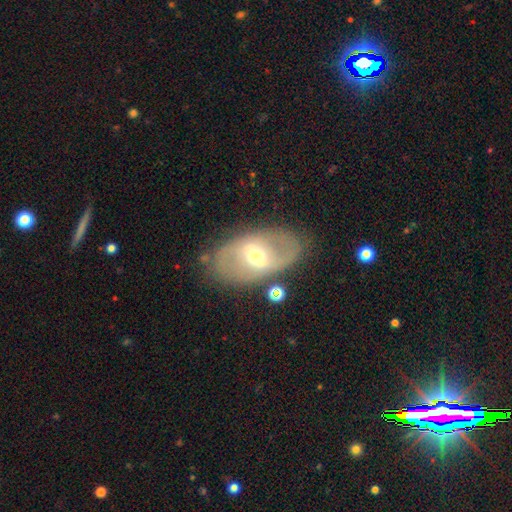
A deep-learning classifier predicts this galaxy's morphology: Overall: featured or disk (68%). Edge-on disk: no (91%). Bar: weak (47%; strong 33%). Spiral arms: yes (53%; no 47%). Bulge size: moderate (60%; small 32%). Merging: none (77%).